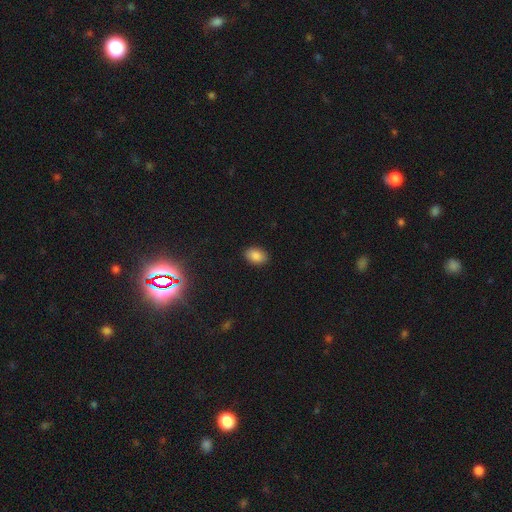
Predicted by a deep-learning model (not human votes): smooth 85%, star or artifact 10%, featured or disk 5%. Down the decision tree: how rounded — in between (85%); merging — none (89%).